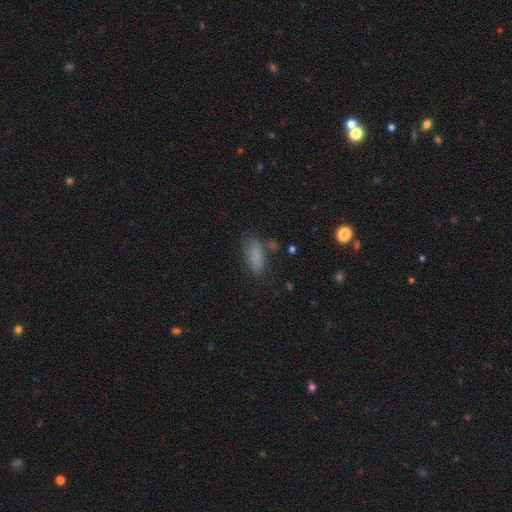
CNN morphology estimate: smooth-or-featured: smooth: 81% | star or artifact: 11% | featured or disk: 8%
  how-rounded: in between: 72% | cigar-shaped: 25% | round: 3%
  merging: none: 65% | minor disturbance: 21% | major disturbance: 8% | merger: 6%